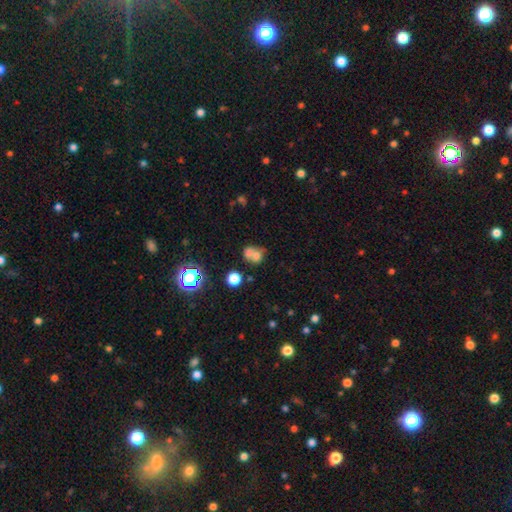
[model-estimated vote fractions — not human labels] A smooth galaxy with no disk features (66%) that is round (63%). Merging: merger (61%).